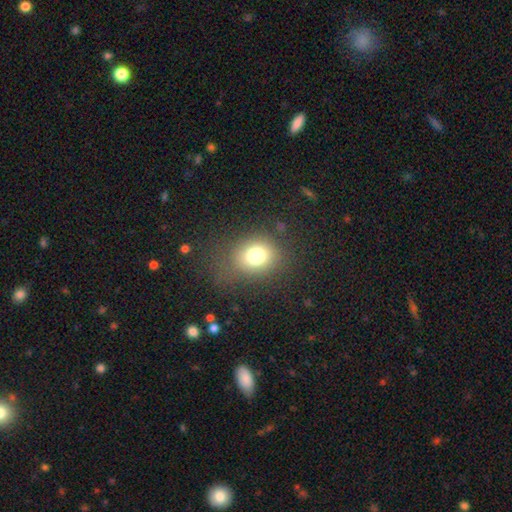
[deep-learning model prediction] Smooth or featured? Predicted: smooth (p=0.75). How rounded? Predicted: round (p=0.63). Merging? Predicted: none (p=0.74).